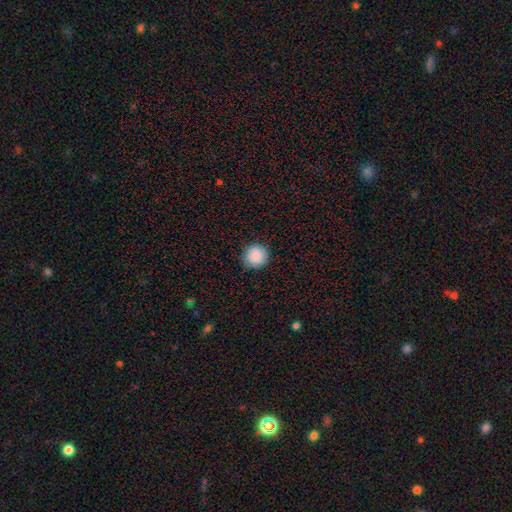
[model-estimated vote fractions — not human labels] A smooth galaxy with no disk features (89%) that is round (91%). Merging: none (87%).